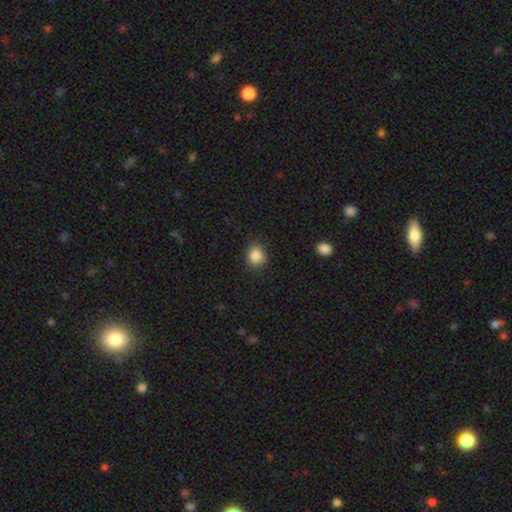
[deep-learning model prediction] This is clearly a smooth galaxy (86%). How rounded: likely round (70%). Merging: clearly none (86%).